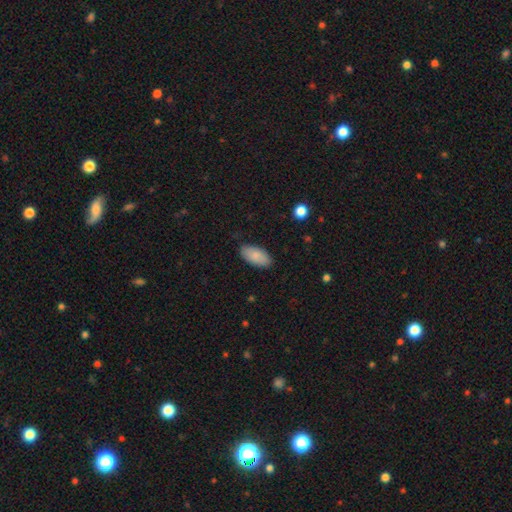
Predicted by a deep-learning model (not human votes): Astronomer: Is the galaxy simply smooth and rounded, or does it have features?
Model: smooth — 85%.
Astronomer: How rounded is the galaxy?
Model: in between — 93%.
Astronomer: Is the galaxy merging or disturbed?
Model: none — 86%.